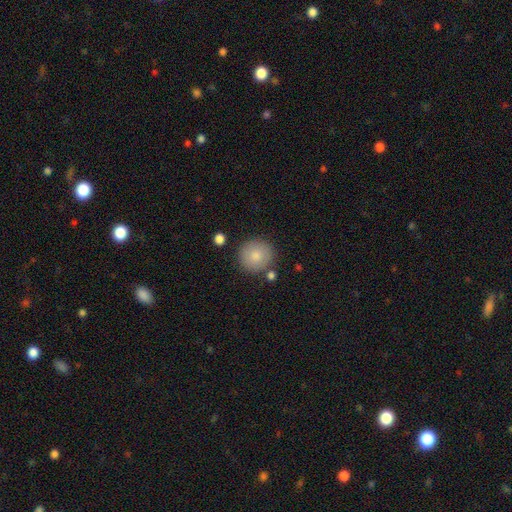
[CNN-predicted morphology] This appears to be a smooth galaxy with no disk features (84%) that is round (93%). Merging: none (83%).